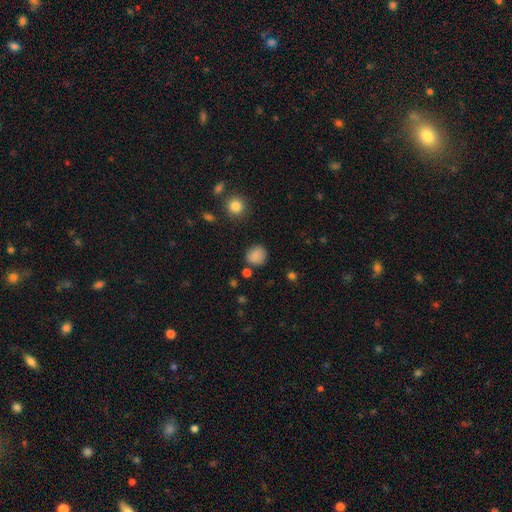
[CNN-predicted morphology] smooth 84%, star or artifact 10%, featured or disk 5%. Down the decision tree: how rounded — round (81%); merging — none (79%).